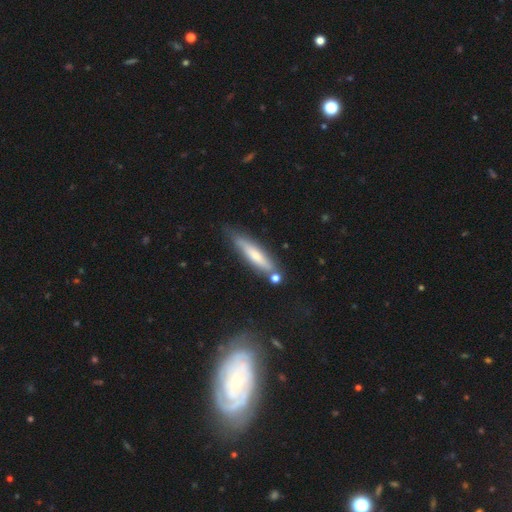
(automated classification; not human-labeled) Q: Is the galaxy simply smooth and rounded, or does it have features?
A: smooth — 58%.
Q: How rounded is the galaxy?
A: cigar-shaped — 84%.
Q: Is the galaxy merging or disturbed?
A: none — 69%.